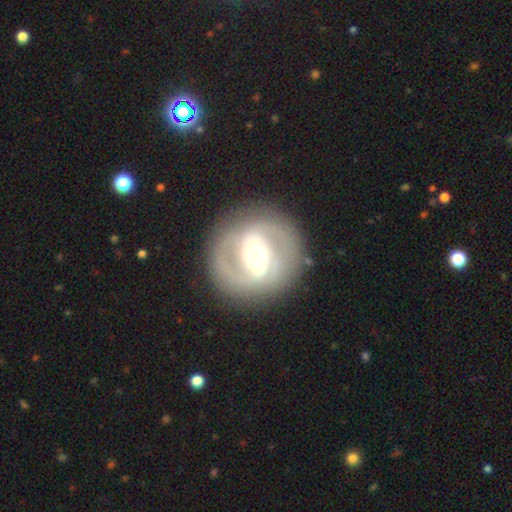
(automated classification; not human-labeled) Smooth or featured? featured or disk (80%)
Edge-on disk? no (95%)
Bar? strong (58%)
Spiral arms? yes (81%)
Spiral winding? medium (43%)
Spiral arm count? 2 (81%)
Bulge size? moderate (60%)
Merging? none (82%)